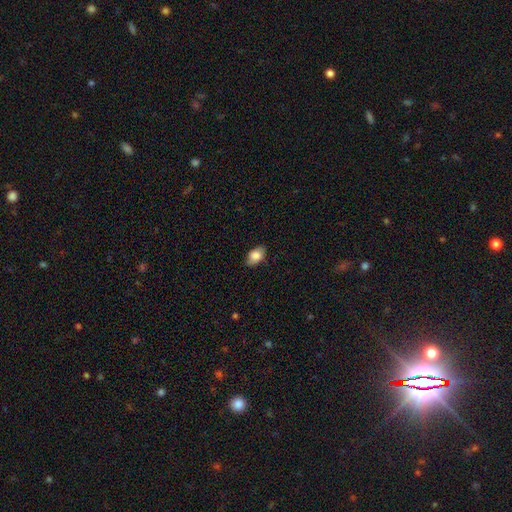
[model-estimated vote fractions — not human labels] Smooth or featured?
  - smooth: 82% *
  - featured or disk: 11%
  - star or artifact: 7%
How rounded?
  - in between: 90% *
  - round: 8%
  - cigar-shaped: 2%
Merging?
  - none: 81% *
  - minor disturbance: 15%
  - major disturbance: 3%
  - merger: 1%